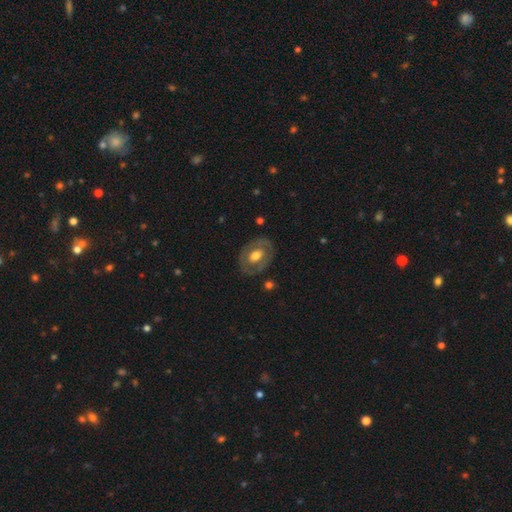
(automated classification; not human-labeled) Q: Smooth or featured?
A: featured or disk (55%); runner-up: smooth (40%)
Q: Edge-on disk?
A: no (93%); runner-up: yes (7%)
Q: Bar?
A: no (72%); runner-up: weak (21%)
Q: Spiral arms?
A: no (80%); runner-up: yes (20%)
Q: Bulge size?
A: moderate (60%); runner-up: large (31%)
Q: Merging?
A: none (78%); runner-up: minor disturbance (14%)